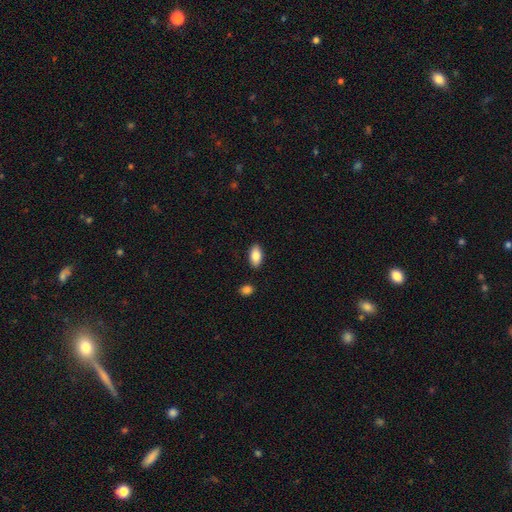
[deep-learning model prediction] Morphology: type=smooth (84%); roundness=in between (92%); merging=none (88%).